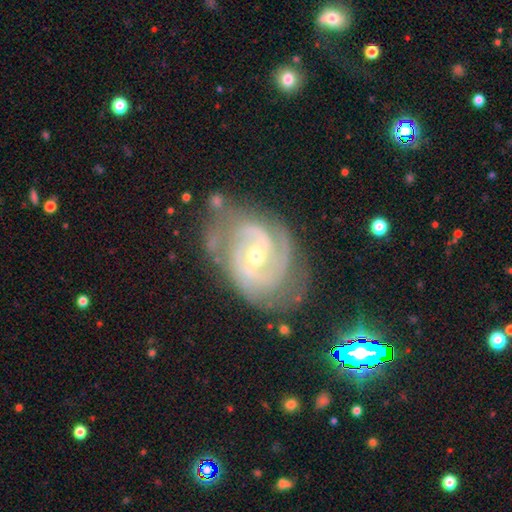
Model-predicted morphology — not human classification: featured or disk 90%, star or artifact 6%, smooth 5%. Down the decision tree: edge-on disk — no (97%); bar — weak (49%); spiral arms — yes (97%); spiral arm count — 2 (56%); spiral winding — tight (50%); bulge size — small (52%); merging — none (64%).